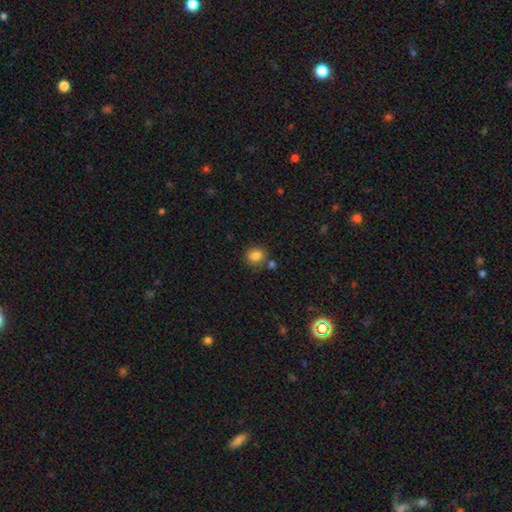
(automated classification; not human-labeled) smooth_or_featured: smooth (p=0.84) [alt: star or artifact p=0.11]
how_rounded: round (p=0.79) [alt: in between p=0.20]
merging: none (p=0.75) [alt: minor disturbance p=0.12]